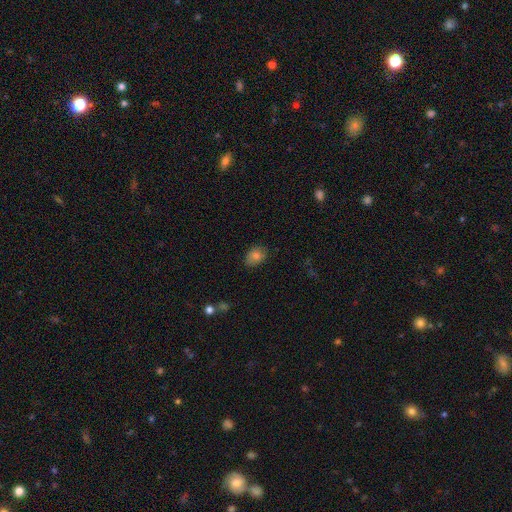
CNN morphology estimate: A smooth galaxy with no disk features (81%) that is in between round and cigar-shaped (68%).

Vote fractions:
- Smooth or featured? smooth: 81% / star or artifact: 10% / featured or disk: 9%
- How rounded? in between: 68% / round: 30% / cigar-shaped: 1%
- Merging? none: 77% / minor disturbance: 18% / major disturbance: 4% / merger: 1%